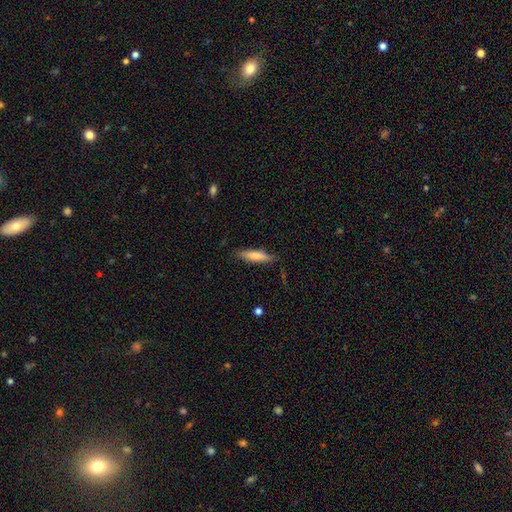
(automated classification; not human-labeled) smooth_or_featured: smooth (p=0.73) [alt: featured or disk p=0.21]
how_rounded: cigar-shaped (p=0.76) [alt: in between p=0.23]
merging: none (p=0.84) [alt: minor disturbance p=0.12]